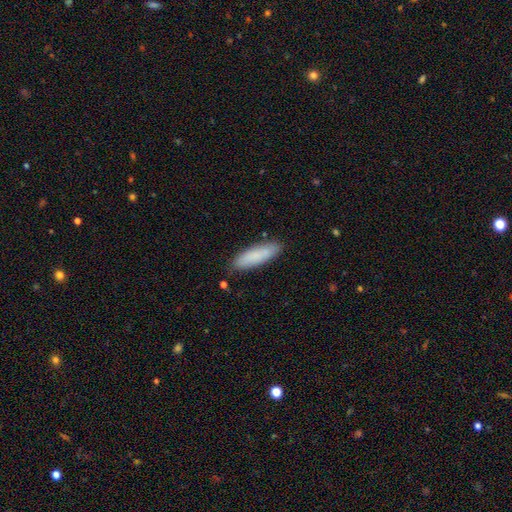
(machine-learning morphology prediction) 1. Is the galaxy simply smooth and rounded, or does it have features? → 83% smooth, 11% featured or disk, 6% star or artifact.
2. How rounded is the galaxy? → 59% cigar-shaped, 40% in between, 1% round.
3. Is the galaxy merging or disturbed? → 86% none, 11% minor disturbance, 2% major disturbance, 2% merger.